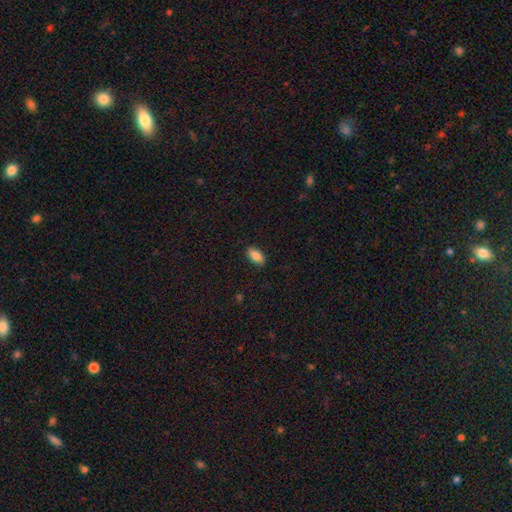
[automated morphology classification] This appears to be a smooth galaxy with no disk features (87%) that is in between round and cigar-shaped (92%). Merging: none (88%).